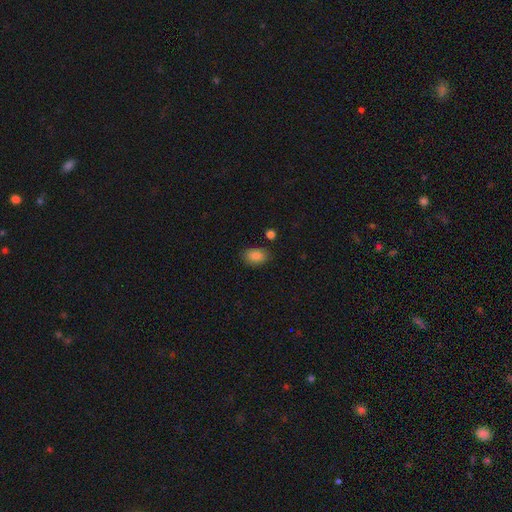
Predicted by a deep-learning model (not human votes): Smooth or featured?
  - smooth: 87% *
  - star or artifact: 8%
  - featured or disk: 5%
How rounded?
  - in between: 83% *
  - round: 16%
  - cigar-shaped: 1%
Merging?
  - none: 82% *
  - minor disturbance: 12%
  - merger: 3%
  - major disturbance: 3%